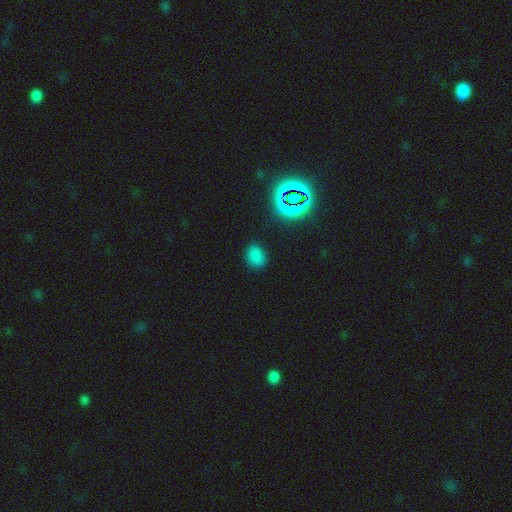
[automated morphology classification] This is likely a smooth galaxy (74%). How rounded: likely in between (63%). Merging: clearly none (82%).